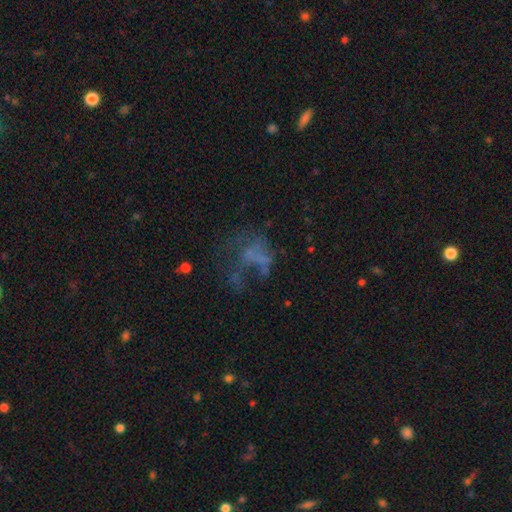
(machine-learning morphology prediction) This appears to be a featured or disk galaxy (46%). Merging: major disturbance (42%).